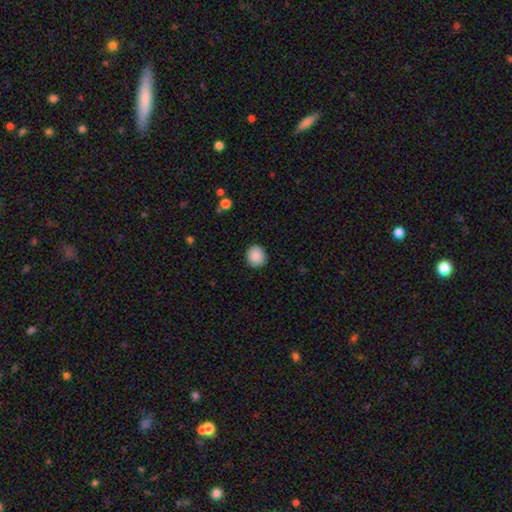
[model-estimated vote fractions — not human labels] Q: Smooth or featured?
A: smooth (89%); runner-up: star or artifact (8%)
Q: How rounded?
A: round (84%); runner-up: in between (15%)
Q: Merging?
A: none (90%); runner-up: minor disturbance (7%)